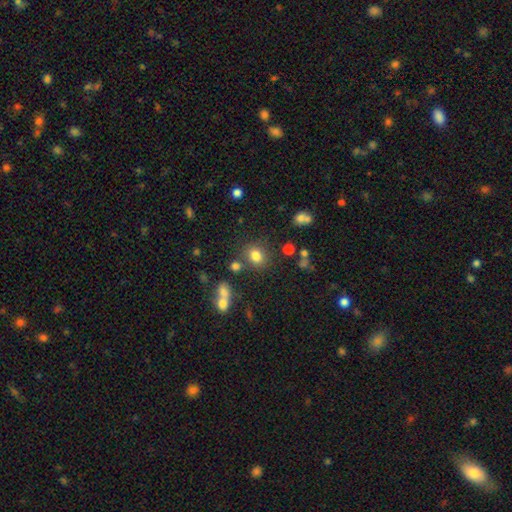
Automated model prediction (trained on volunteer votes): Smooth or featured? smooth (79%)
How rounded? round (61%)
Merging? none (74%)